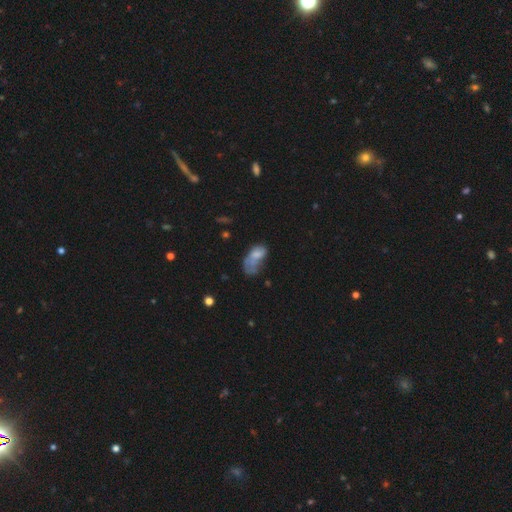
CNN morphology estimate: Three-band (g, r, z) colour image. It shows a smooth galaxy with no disk features (61%) that is in between round and cigar-shaped (90%). Merging: major disturbance (40%).